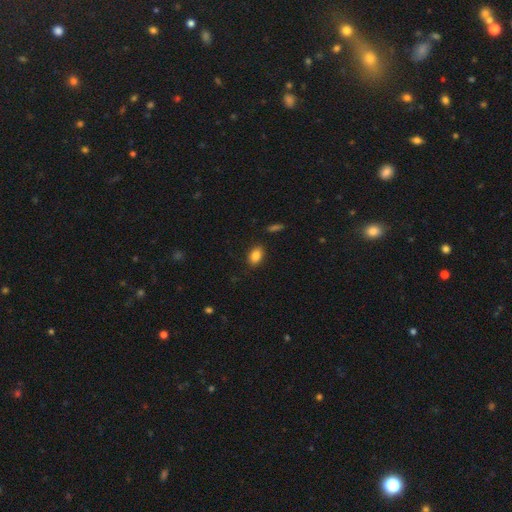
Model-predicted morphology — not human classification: smooth-or-featured: smooth: 85% | star or artifact: 9% | featured or disk: 6%
  how-rounded: in between: 82% | round: 16% | cigar-shaped: 2%
  merging: none: 87% | minor disturbance: 9% | major disturbance: 2% | merger: 1%